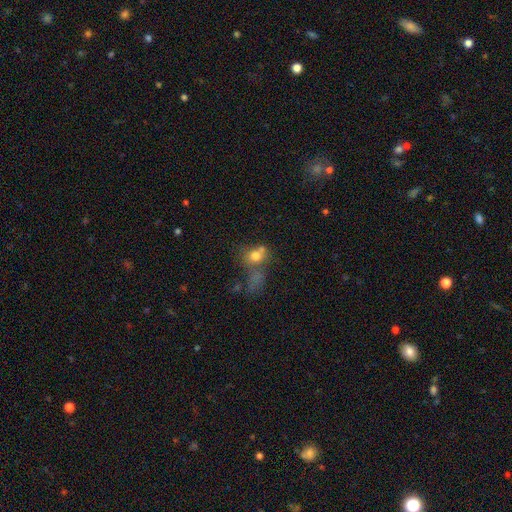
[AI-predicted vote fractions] smooth_or_featured: smooth (p=0.66) [alt: featured or disk p=0.19]
how_rounded: round (p=0.57) [alt: in between p=0.40]
merging: merger (p=0.42) [alt: none p=0.24]